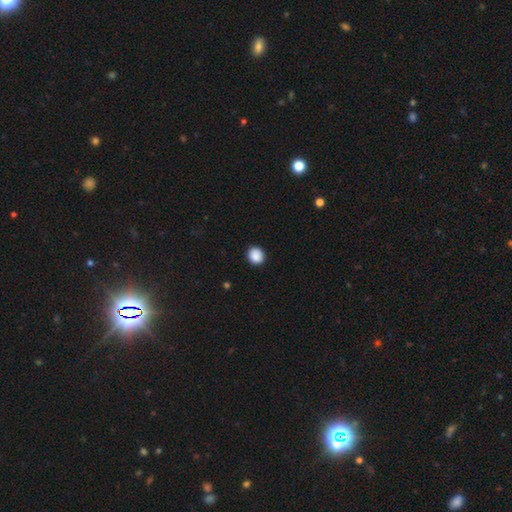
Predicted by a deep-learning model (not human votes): This is clearly a smooth galaxy (89%). How rounded: clearly round (81%). Merging: clearly none (91%).